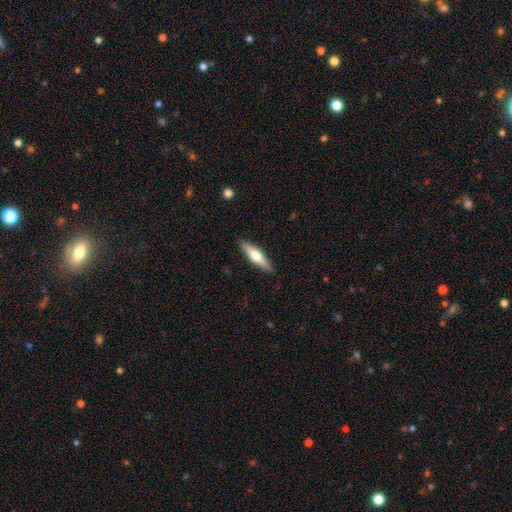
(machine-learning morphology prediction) Smooth or featured: smooth — 50% (featured or disk — 45%)
Merging: none — 89% (minor disturbance — 8%)